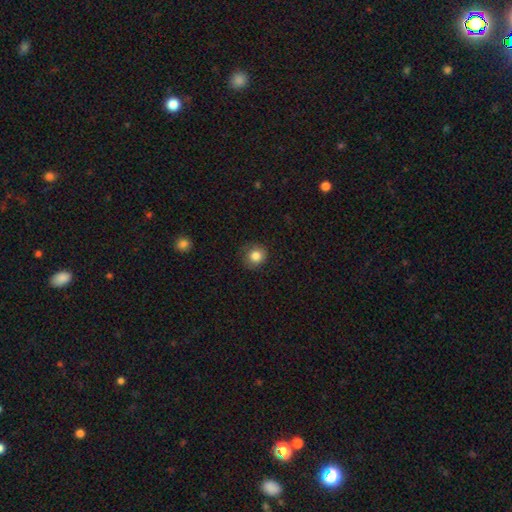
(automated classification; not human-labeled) smooth 84%, star or artifact 10%, featured or disk 6%. Down the decision tree: how rounded — round (90%); merging — none (83%).